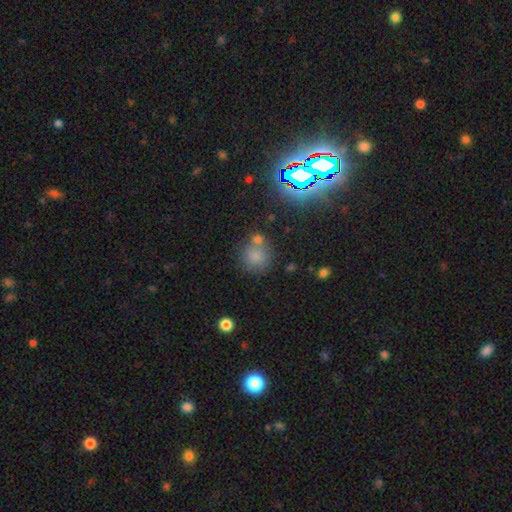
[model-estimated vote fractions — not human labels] The model was most divided on "merging": none: 59%, merger: 24%, minor disturbance: 12%, major disturbance: 5%. More confident: how rounded — round (87%); smooth or featured — smooth (75%).